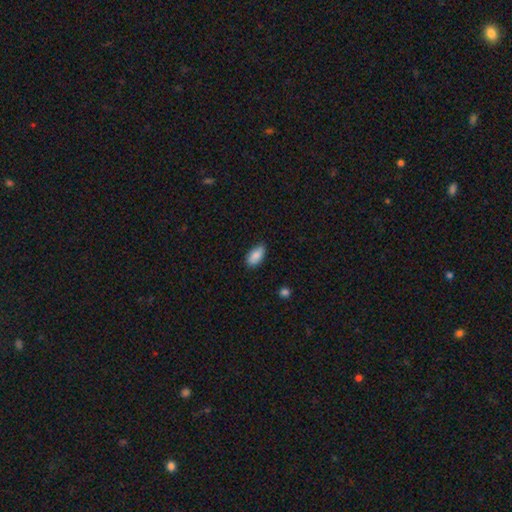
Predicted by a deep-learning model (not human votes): smooth-or-featured: smooth: 86% | featured or disk: 7% | star or artifact: 7%
  how-rounded: in between: 92% | cigar-shaped: 5% | round: 3%
  merging: none: 73% | minor disturbance: 23% | major disturbance: 3% | merger: 1%